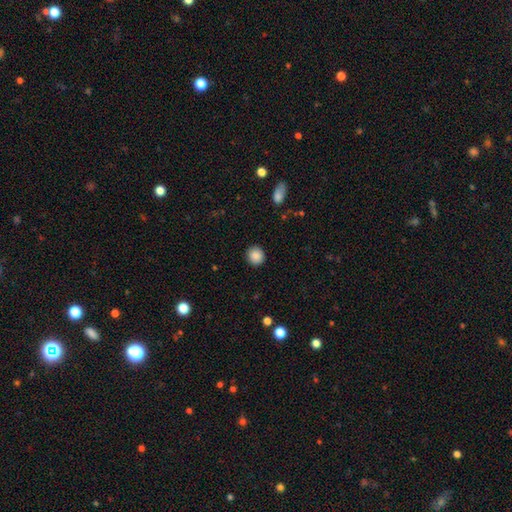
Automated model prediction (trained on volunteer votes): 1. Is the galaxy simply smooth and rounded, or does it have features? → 88% smooth, 9% star or artifact, 3% featured or disk.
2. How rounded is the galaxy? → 88% round, 11% in between, 1% cigar-shaped.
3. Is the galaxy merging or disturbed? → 91% none, 6% minor disturbance, 2% major disturbance, 1% merger.